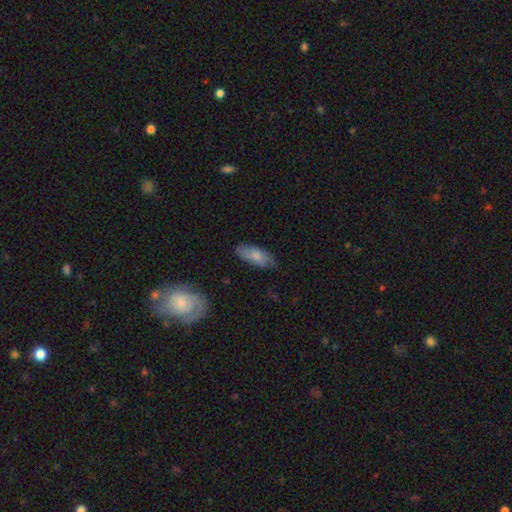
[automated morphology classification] This appears to be a smooth galaxy with no disk features (77%) that is in between round and cigar-shaped (80%). Merging: none (69%).